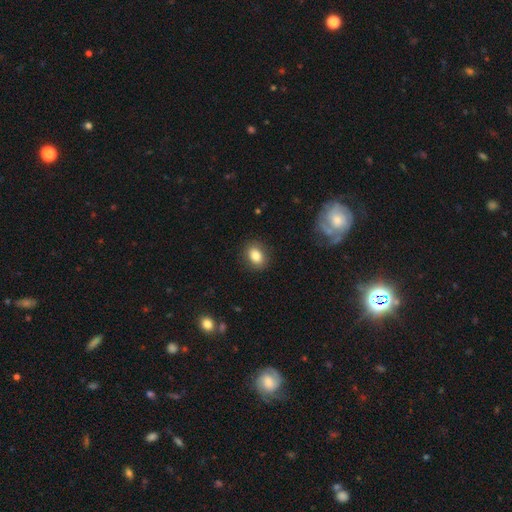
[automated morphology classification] Smooth or featured? Predicted: smooth (p=0.83). How rounded? Predicted: in between (p=0.67). Merging? Predicted: none (p=0.88).